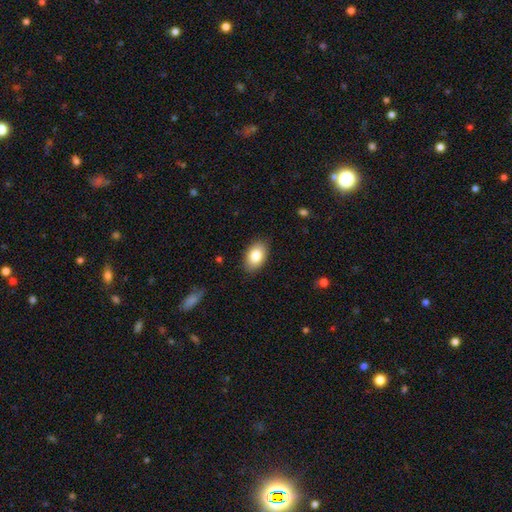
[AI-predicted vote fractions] Smooth or featured? Predicted: smooth (p=0.83). How rounded? Predicted: in between (p=0.90). Merging? Predicted: none (p=0.87).